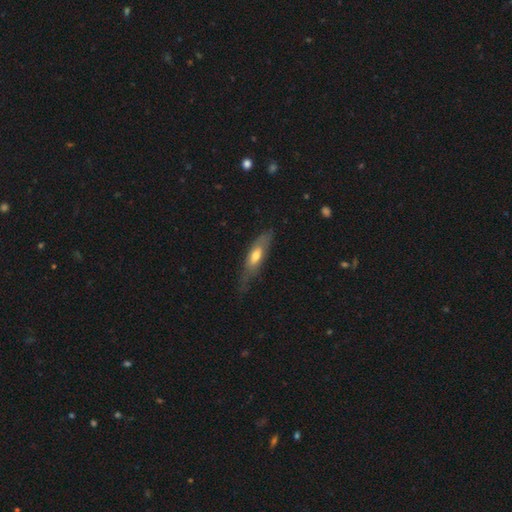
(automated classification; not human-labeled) The model was most divided on "how rounded": cigar-shaped: 50%, in between: 48%, round: 2%. More confident: merging — none (57%); smooth or featured — smooth (54%).